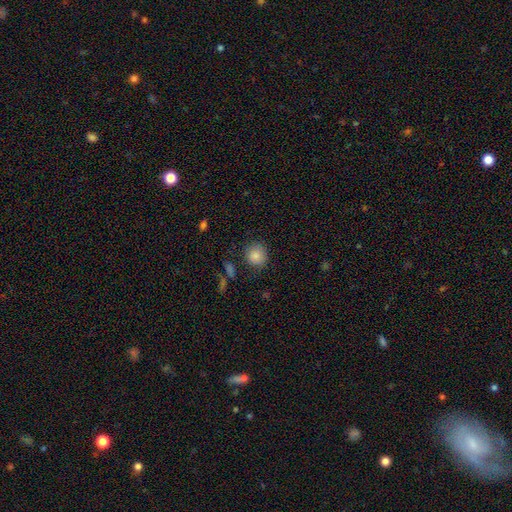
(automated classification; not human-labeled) Overall: smooth (83%). How rounded: round (86%). Merging: none (83%).